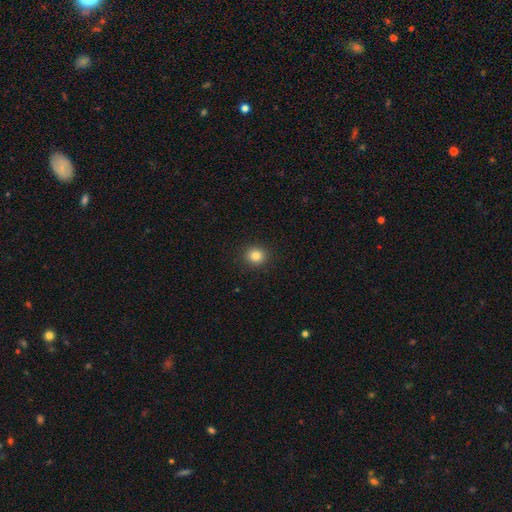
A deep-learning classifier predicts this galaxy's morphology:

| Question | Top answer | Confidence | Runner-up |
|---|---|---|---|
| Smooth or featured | smooth | 84% | star or artifact (11%) |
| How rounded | round | 87% | in between (12%) |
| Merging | none | 91% | minor disturbance (6%) |